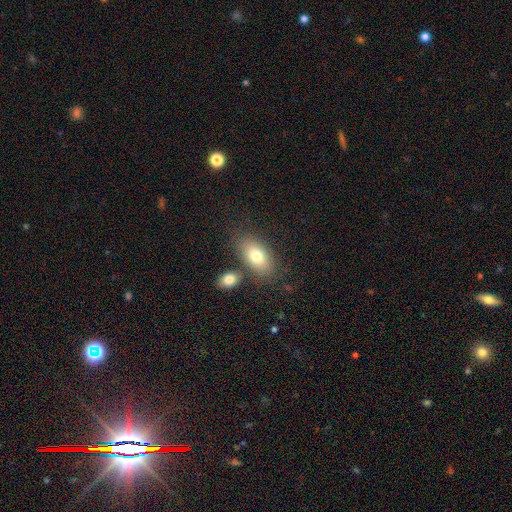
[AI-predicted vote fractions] A smooth galaxy with no disk features (78%) that is in between round and cigar-shaped (92%).

Vote fractions:
- Smooth or featured? smooth: 78% / featured or disk: 15% / star or artifact: 8%
- How rounded? in between: 92% / round: 6% / cigar-shaped: 3%
- Merging? none: 70% / merger: 15% / minor disturbance: 12% / major disturbance: 4%